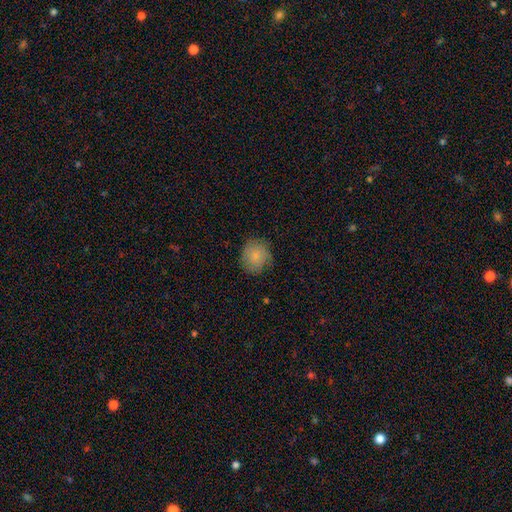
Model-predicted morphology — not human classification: Q: Smooth or featured?
A: smooth (81%); runner-up: featured or disk (11%)
Q: How rounded?
A: round (83%); runner-up: in between (16%)
Q: Merging?
A: none (77%); runner-up: minor disturbance (18%)